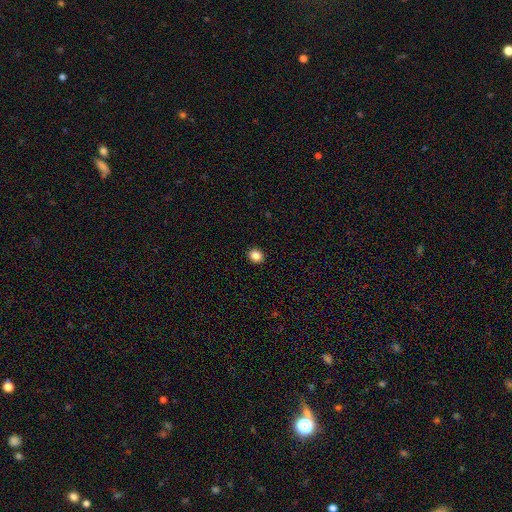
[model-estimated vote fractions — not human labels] This is clearly a smooth galaxy (86%). How rounded: likely round (71%). Merging: clearly none (93%).